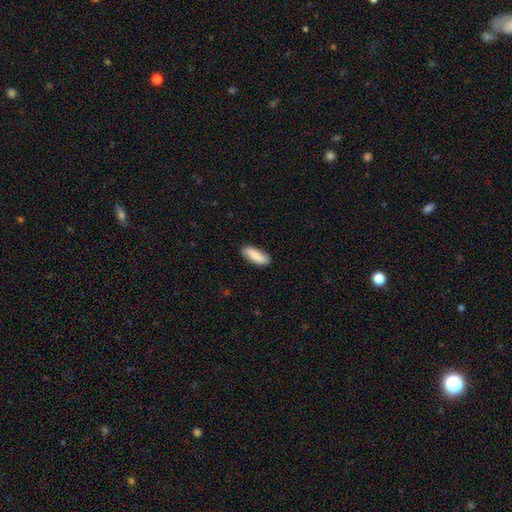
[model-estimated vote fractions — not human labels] Smooth or featured? Predicted: smooth (p=0.81). How rounded? Predicted: in between (p=0.68). Merging? Predicted: none (p=0.85).